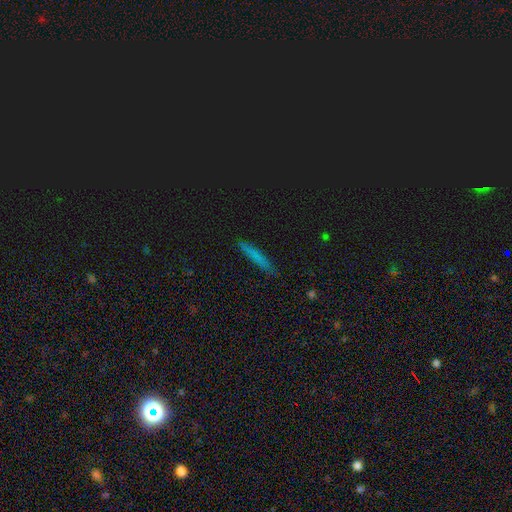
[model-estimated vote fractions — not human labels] smooth_or_featured: smooth (p=0.69) [alt: featured or disk p=0.18]
how_rounded: cigar-shaped (p=0.94) [alt: in between p=0.05]
merging: none (p=0.88) [alt: minor disturbance p=0.09]